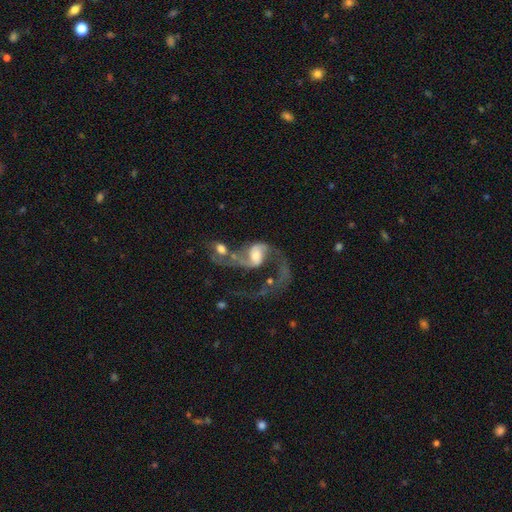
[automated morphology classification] smooth_or_featured: featured or disk (p=0.80) [alt: smooth p=0.13]
disk_edge_on: no (p=0.97) [alt: yes p=0.03]
bar: weak (p=0.42) [alt: no p=0.41]
has_spiral_arms: yes (p=0.91) [alt: no p=0.09]
spiral_winding: loose (p=0.72) [alt: medium p=0.23]
spiral_arm_count: 2 (p=0.71) [alt: 1 p=0.20]
bulge_size: moderate (p=0.50) [alt: small p=0.22]
merging: merger (p=0.54) [alt: major disturbance p=0.25]